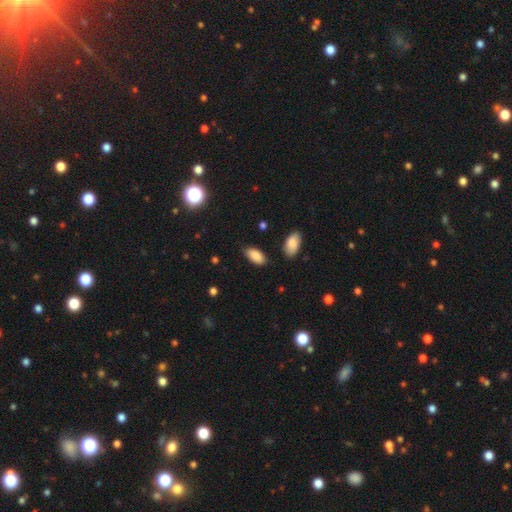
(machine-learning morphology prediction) type=smooth (88%); roundness=in between (94%); merging=none (79%).